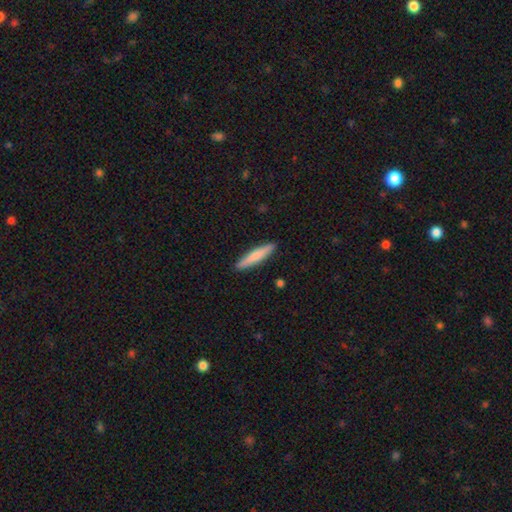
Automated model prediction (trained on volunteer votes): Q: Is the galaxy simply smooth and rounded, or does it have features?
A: smooth — 72%.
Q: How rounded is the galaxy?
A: cigar-shaped — 91%.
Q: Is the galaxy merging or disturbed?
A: none — 91%.